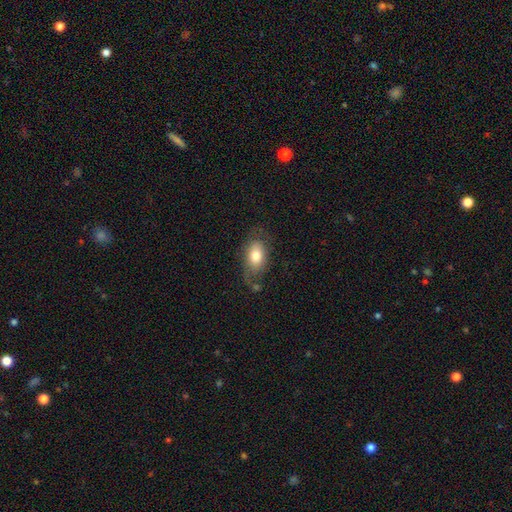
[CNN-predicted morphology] The model was most divided on "merging": none: 57%, minor disturbance: 25%, major disturbance: 14%, merger: 4%. More confident: how rounded — in between (88%); smooth or featured — smooth (71%).